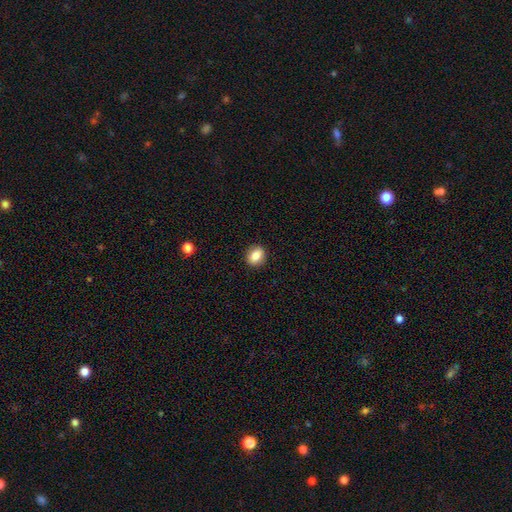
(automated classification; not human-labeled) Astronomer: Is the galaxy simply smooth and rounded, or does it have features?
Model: smooth — 82%.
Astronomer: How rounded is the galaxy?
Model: round — 55% (runner-up: in between, 44%).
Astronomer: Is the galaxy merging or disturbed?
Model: none — 90%.